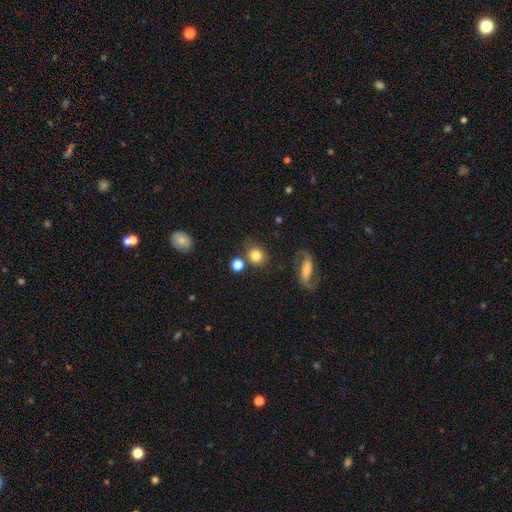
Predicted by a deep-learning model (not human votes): smooth_or_featured: smooth (p=0.80) [alt: star or artifact p=0.11]
how_rounded: round (p=0.87) [alt: in between p=0.12]
merging: none (p=0.77) [alt: merger p=0.10]